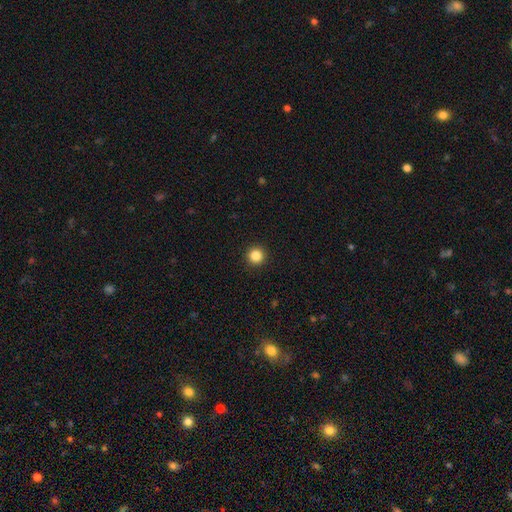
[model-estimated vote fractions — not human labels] Smooth or featured? Predicted: smooth (p=0.85). How rounded? Predicted: round (p=0.96). Merging? Predicted: none (p=0.93).